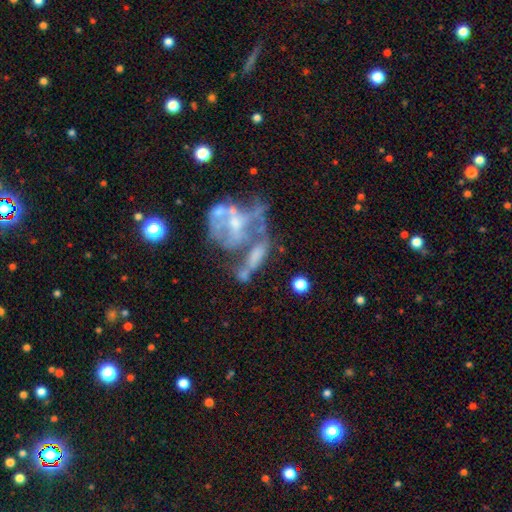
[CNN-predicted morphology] type=featured or disk (51%); edge-on=no (91%); merging=merger (43%).